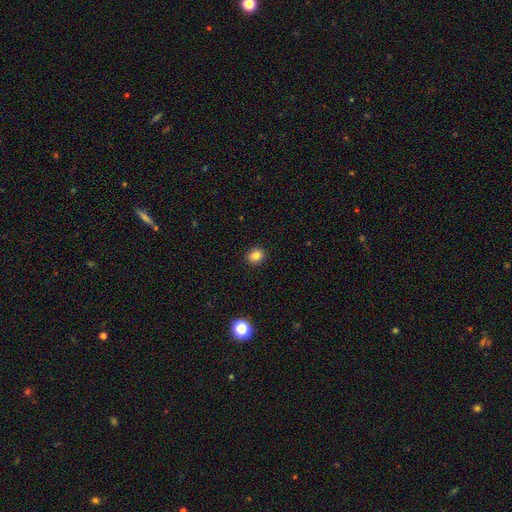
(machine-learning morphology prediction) Smooth or featured? smooth (83%)
How rounded? round (66%)
Merging? none (91%)